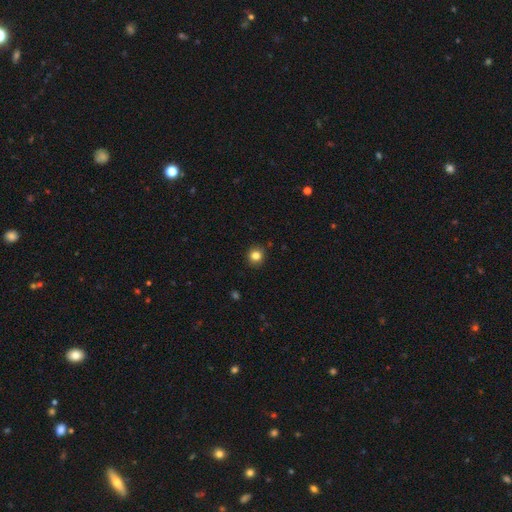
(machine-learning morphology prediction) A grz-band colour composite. It shows a smooth galaxy with no disk features (83%) that is round (89%). Merging: none (90%).